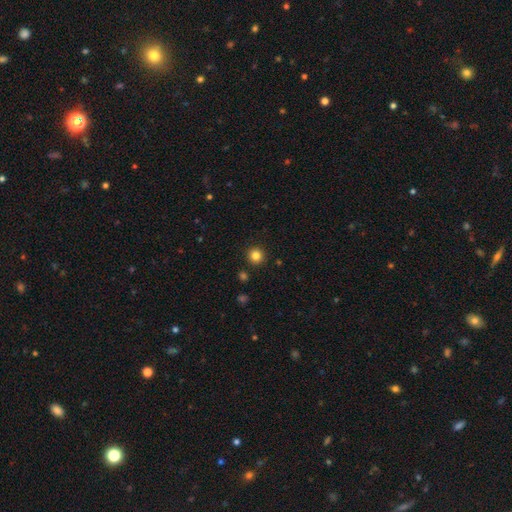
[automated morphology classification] Smooth or featured?
  - smooth: 83% *
  - star or artifact: 12%
  - featured or disk: 5%
How rounded?
  - round: 95% *
  - in between: 4%
  - cigar-shaped: 1%
Merging?
  - none: 92% *
  - minor disturbance: 5%
  - merger: 2%
  - major disturbance: 2%